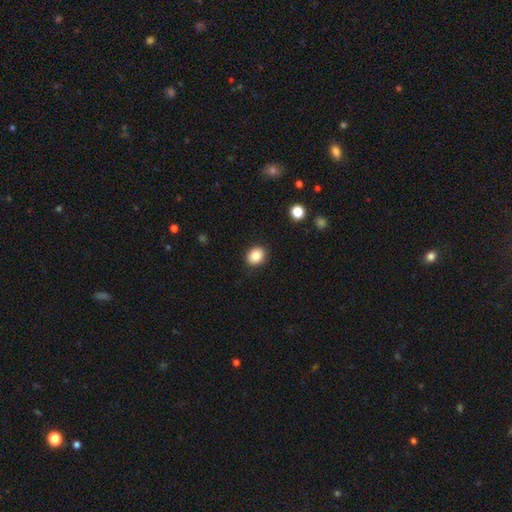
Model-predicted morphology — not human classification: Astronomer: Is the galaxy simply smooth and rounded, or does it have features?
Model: smooth — 84%.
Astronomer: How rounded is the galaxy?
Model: round — 56% (runner-up: in between, 43%).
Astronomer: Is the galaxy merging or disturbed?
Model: none — 89%.